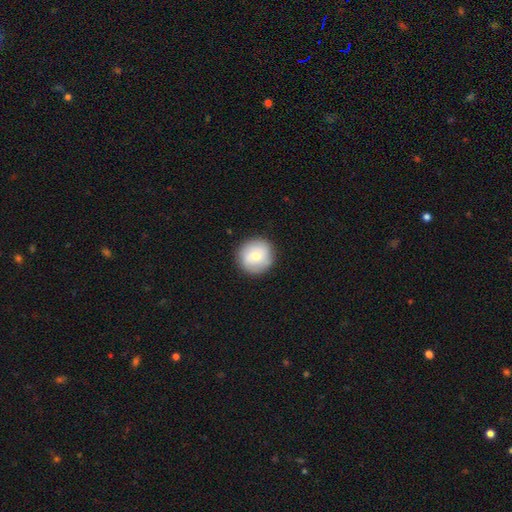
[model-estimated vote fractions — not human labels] smooth_or_featured: smooth (p=0.64) [alt: featured or disk p=0.28]
how_rounded: round (p=0.94) [alt: in between p=0.05]
merging: none (p=0.88) [alt: minor disturbance p=0.09]